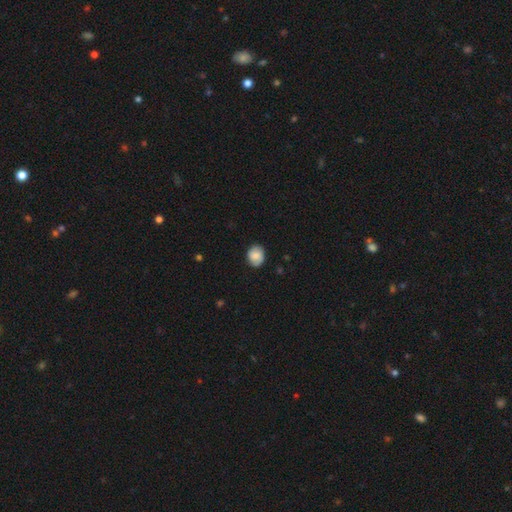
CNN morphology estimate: smooth 75%, featured or disk 17%, star or artifact 8%. Down the decision tree: how rounded — round (64%); merging — none (82%).